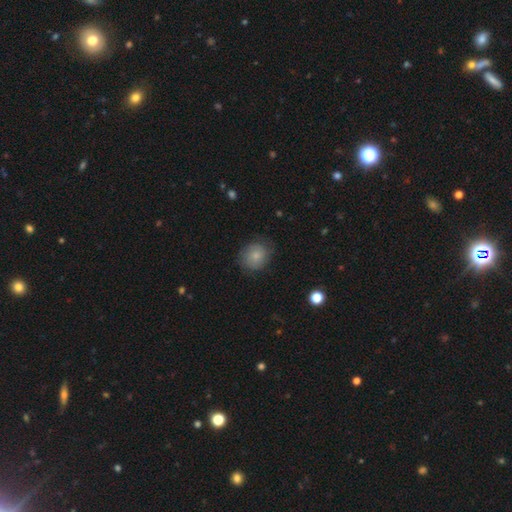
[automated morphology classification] Smooth or featured? Predicted: smooth (p=0.80). How rounded? Predicted: round (p=0.72). Merging? Predicted: none (p=0.75).